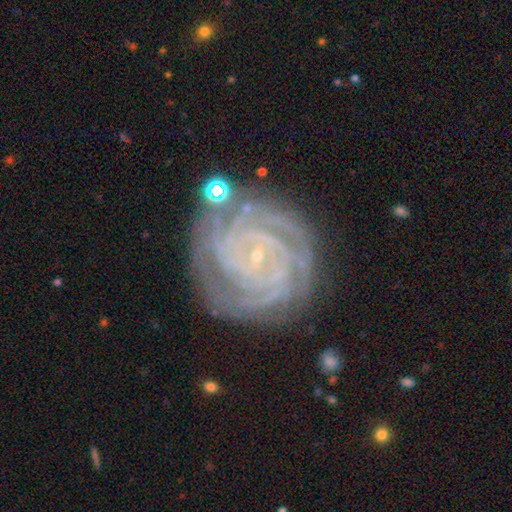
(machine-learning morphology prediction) A featured or disk galaxy (88%) with no bar (69%), 4 (27%) tight (87%) spiral arms (98%) and a small central bulge (89%). Merging: none (78%).